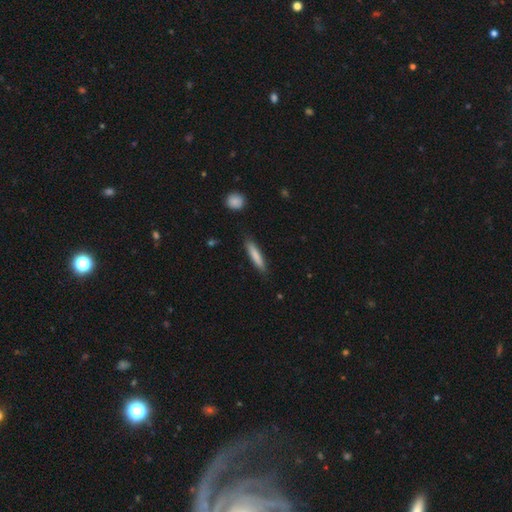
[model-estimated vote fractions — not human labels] smooth 79%, featured or disk 15%, star or artifact 6%. Down the decision tree: how rounded — cigar-shaped (89%); merging — none (86%).